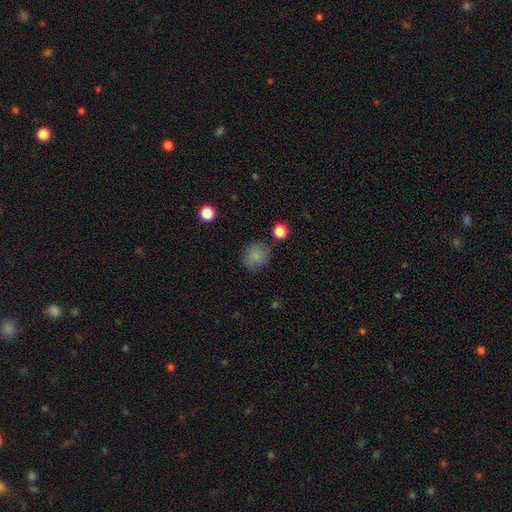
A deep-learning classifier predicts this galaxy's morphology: Smooth or featured? Predicted: smooth (p=0.83). How rounded? Predicted: round (p=0.82). Merging? Predicted: none (p=0.81).